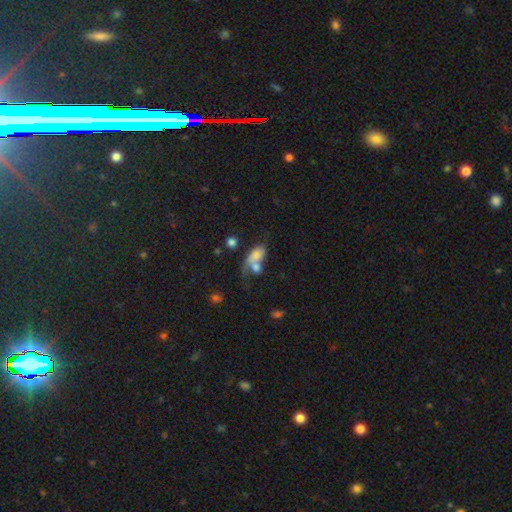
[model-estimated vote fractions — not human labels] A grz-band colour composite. It shows a smooth galaxy with no disk features (69%) that is in between round and cigar-shaped (82%). Merging: merger (54%).